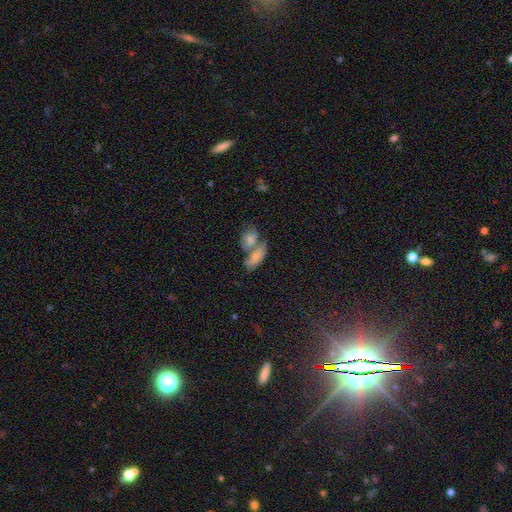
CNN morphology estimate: Smooth or featured: smooth — 72% (featured or disk — 19%)
How rounded: in between — 81% (cigar-shaped — 10%)
Merging: merger — 59% (none — 26%)